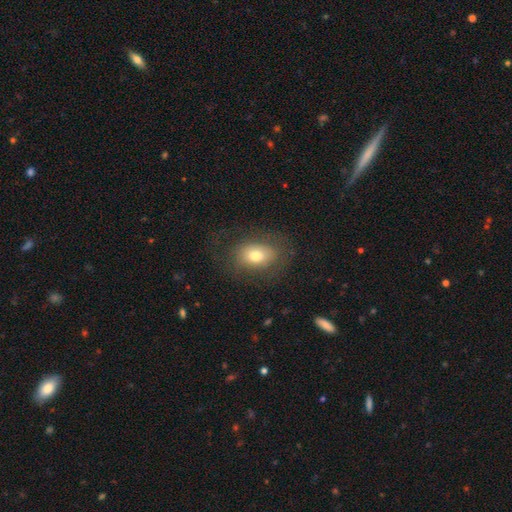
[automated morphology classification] A smooth galaxy with no disk features (71%) that is in between round and cigar-shaped (74%). Merging: none (72%).